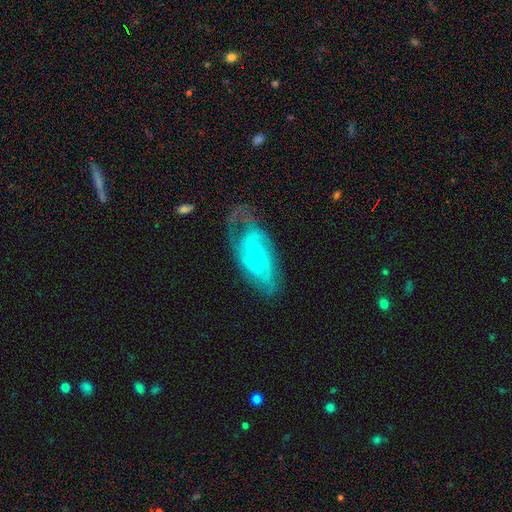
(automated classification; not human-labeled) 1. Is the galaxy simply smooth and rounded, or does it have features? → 84% featured or disk, 11% smooth, 5% star or artifact.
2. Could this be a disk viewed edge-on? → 94% no, 6% yes.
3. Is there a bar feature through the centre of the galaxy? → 71% no, 24% weak, 4% strong.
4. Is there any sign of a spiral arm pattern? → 93% yes, 7% no.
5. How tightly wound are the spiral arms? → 55% tight, 35% medium, 11% loose.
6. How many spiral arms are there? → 47% 2, 29% can't tell, 11% 3, 5% 1, 4% 4, 3% more than 4.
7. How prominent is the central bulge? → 70% small, 27% moderate, 1% none, 1% large, 1% dominant.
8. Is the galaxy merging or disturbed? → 57% none, 24% minor disturbance, 17% major disturbance, 2% merger.